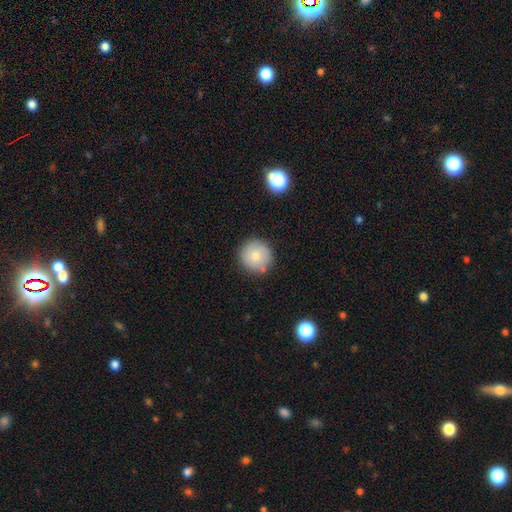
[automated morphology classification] Q: Smooth or featured?
A: smooth (78%); runner-up: featured or disk (13%)
Q: How rounded?
A: round (95%); runner-up: in between (4%)
Q: Merging?
A: none (83%); runner-up: minor disturbance (10%)